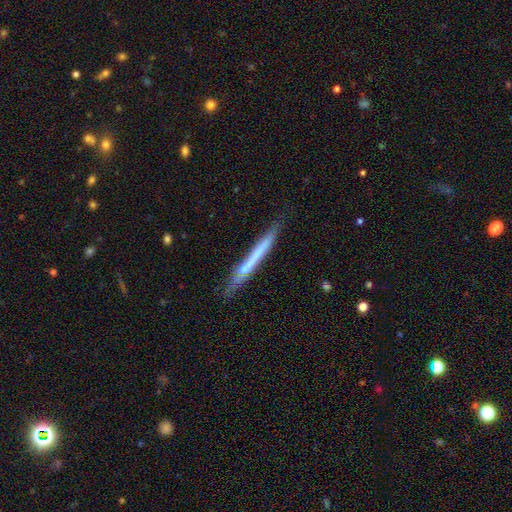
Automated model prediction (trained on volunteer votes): This is possibly a featured or disk galaxy (48%). Merging: likely none (73%).